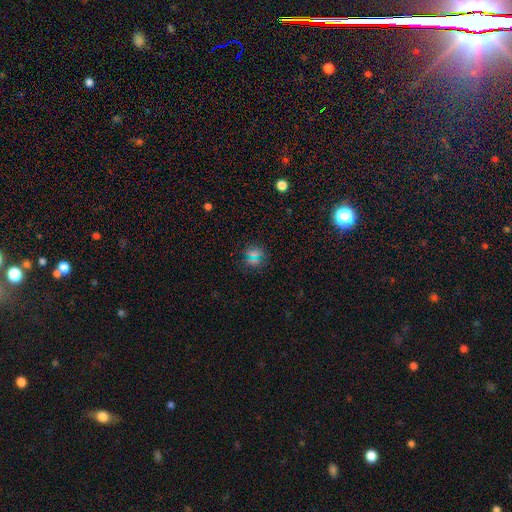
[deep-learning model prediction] smooth-or-featured: smooth: 59% | star or artifact: 33% | featured or disk: 8%
  how-rounded: round: 86% | in between: 11% | cigar-shaped: 3%
  merging: none: 85% | minor disturbance: 9% | major disturbance: 4% | merger: 2%